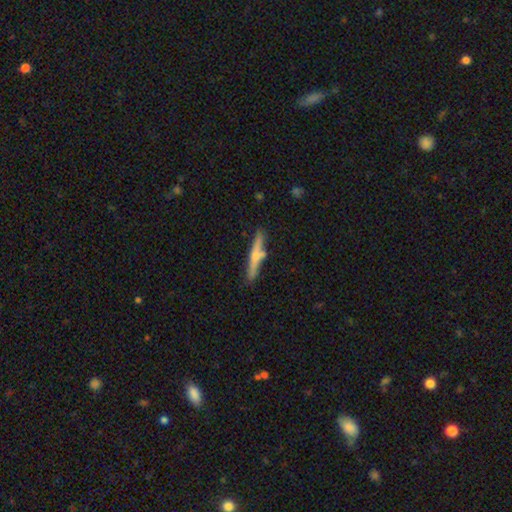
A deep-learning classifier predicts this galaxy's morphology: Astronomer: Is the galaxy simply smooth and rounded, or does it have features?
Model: featured or disk — 63%.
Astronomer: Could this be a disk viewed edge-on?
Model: yes — 95%.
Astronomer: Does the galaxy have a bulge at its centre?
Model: rounded — 78%.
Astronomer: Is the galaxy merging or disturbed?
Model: none — 87%.